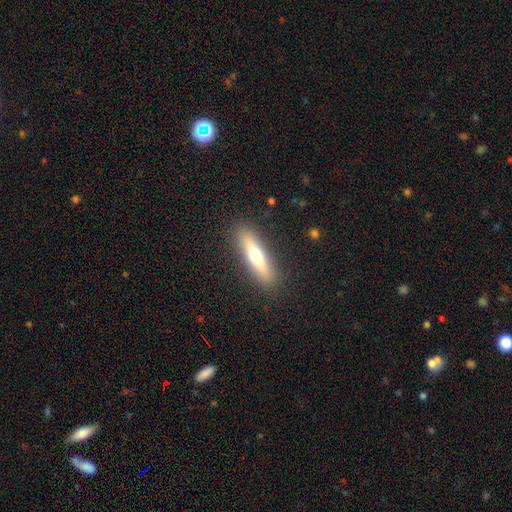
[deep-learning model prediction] A smooth galaxy with no disk features (49%). Merging: none (89%).